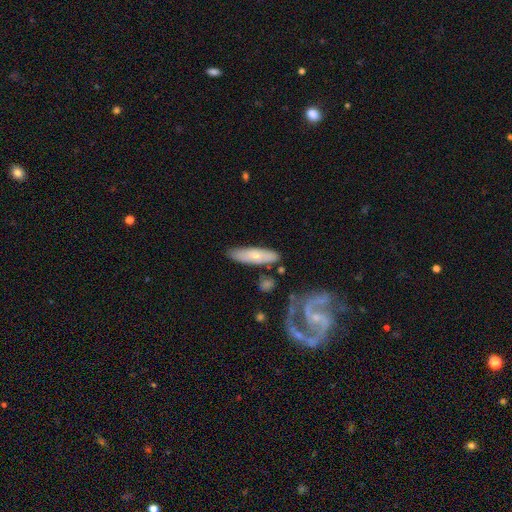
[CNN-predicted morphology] Overall: smooth (65%; featured or disk 29%). How rounded: cigar-shaped (65%; in between 33%). Merging: none (77%).